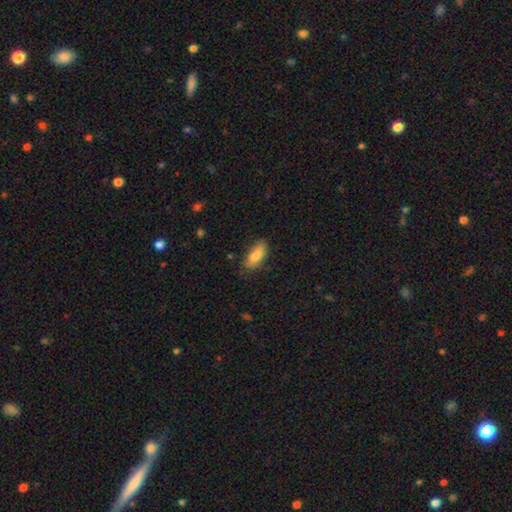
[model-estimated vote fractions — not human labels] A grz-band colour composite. It shows a smooth galaxy with no disk features (85%) that is in between round and cigar-shaped (84%). Merging: none (76%).